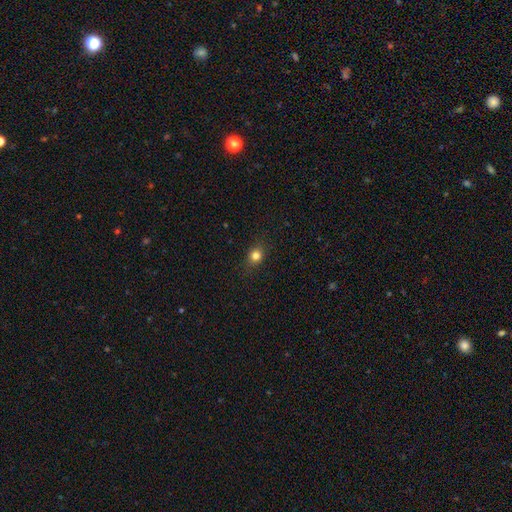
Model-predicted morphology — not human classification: This appears to be a smooth galaxy with no disk features (80%) that is round (68%). Merging: none (86%).